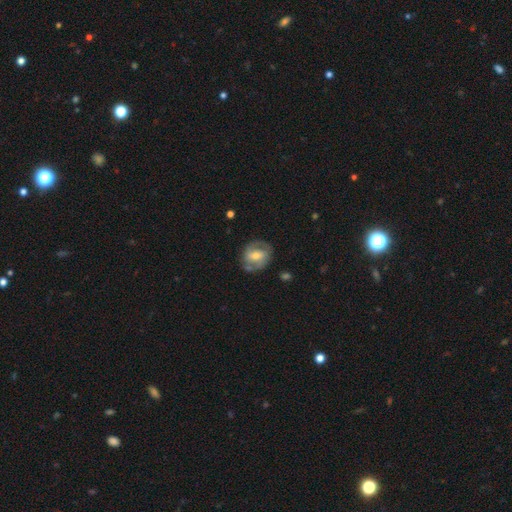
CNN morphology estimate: featured or disk 64%, smooth 30%, star or artifact 6%. Down the decision tree: edge-on disk — no (96%); bar — weak (41%); spiral arms — yes (70%); bulge size — moderate (57%); merging — none (73%).